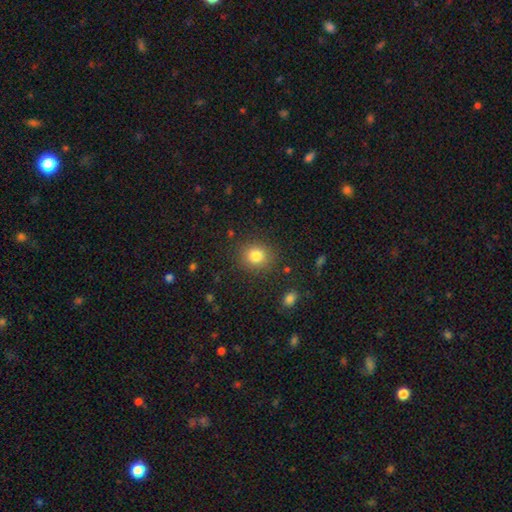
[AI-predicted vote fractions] smooth-or-featured: smooth: 82% | star or artifact: 12% | featured or disk: 6%
  how-rounded: round: 77% | in between: 22% | cigar-shaped: 1%
  merging: none: 87% | minor disturbance: 8% | major disturbance: 3% | merger: 2%